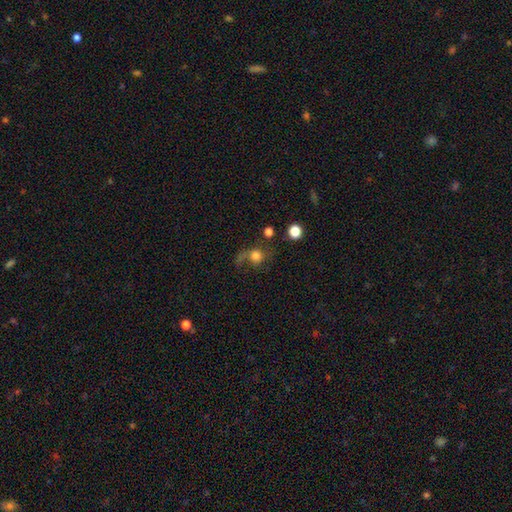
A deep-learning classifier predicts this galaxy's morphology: smooth-or-featured: smooth: 67% | featured or disk: 20% | star or artifact: 13%
  how-rounded: round: 82% | in between: 16% | cigar-shaped: 1%
  merging: none: 40% | major disturbance: 31% | minor disturbance: 19% | merger: 11%